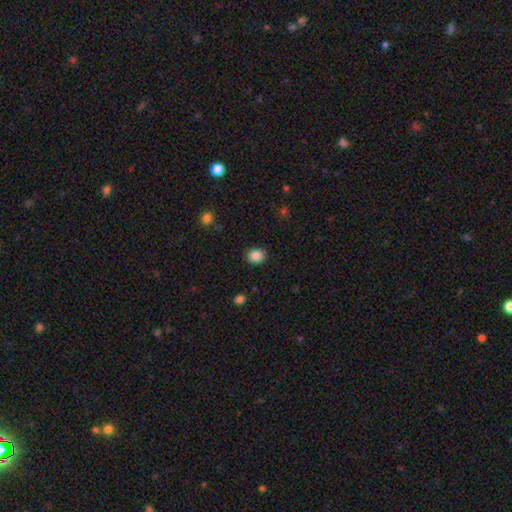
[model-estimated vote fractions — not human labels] This appears to be a smooth galaxy with no disk features (87%) that is round (61%). Merging: none (89%).